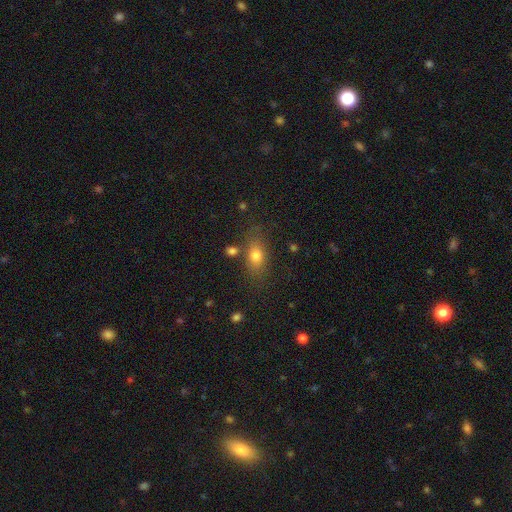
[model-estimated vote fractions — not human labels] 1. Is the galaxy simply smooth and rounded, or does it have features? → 75% smooth, 14% featured or disk, 11% star or artifact.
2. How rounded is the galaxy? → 75% in between, 16% round, 9% cigar-shaped.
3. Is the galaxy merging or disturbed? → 71% none, 16% minor disturbance, 7% merger, 6% major disturbance.